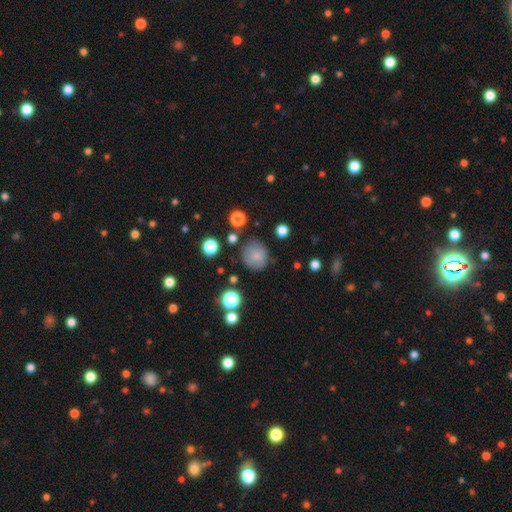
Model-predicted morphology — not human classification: Smooth or featured?
  - smooth: 76% *
  - star or artifact: 12%
  - featured or disk: 12%
How rounded?
  - round: 86% *
  - in between: 13%
  - cigar-shaped: 1%
Merging?
  - none: 74% *
  - minor disturbance: 17%
  - major disturbance: 6%
  - merger: 3%